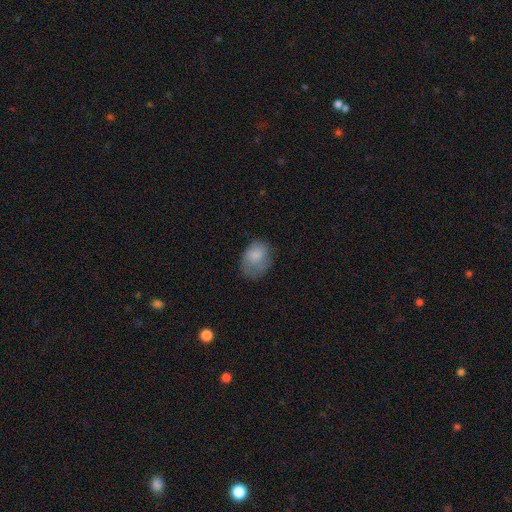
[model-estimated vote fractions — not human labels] A smooth galaxy with no disk features (81%) that is in between round and cigar-shaped (68%). Merging: none (52%).